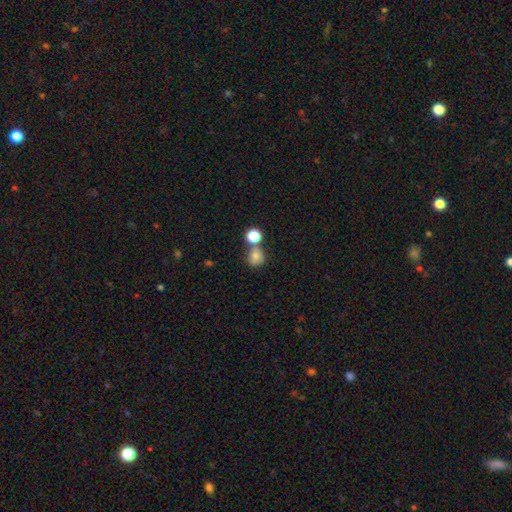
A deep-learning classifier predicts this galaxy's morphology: The model was most divided on "merging": none: 60%, merger: 25%, minor disturbance: 11%, major disturbance: 4%. More confident: how rounded — round (84%); smooth or featured — smooth (77%).